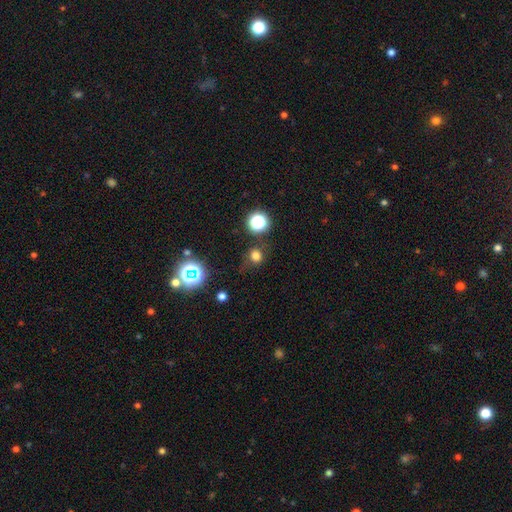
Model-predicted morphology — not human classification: Smooth or featured? smooth (72%)
How rounded? round (84%)
Merging? none (71%)